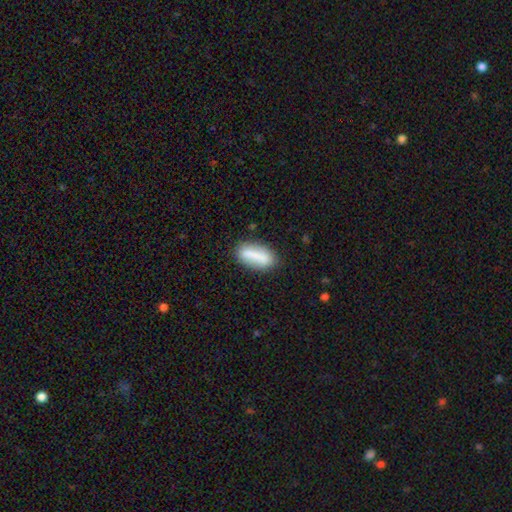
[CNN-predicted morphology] type=smooth (77%); roundness=in between (63%); merging=none (75%).